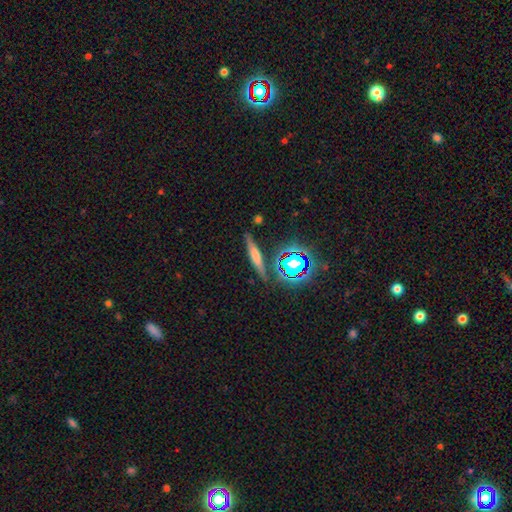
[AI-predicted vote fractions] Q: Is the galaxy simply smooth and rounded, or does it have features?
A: smooth — 45%.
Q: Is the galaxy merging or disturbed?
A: none — 82%.